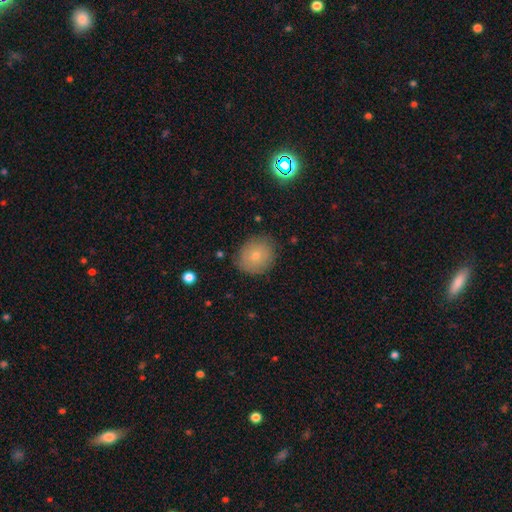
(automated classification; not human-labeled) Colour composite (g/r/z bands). It shows a smooth galaxy with no disk features (75%) that is round (72%). Merging: none (81%).